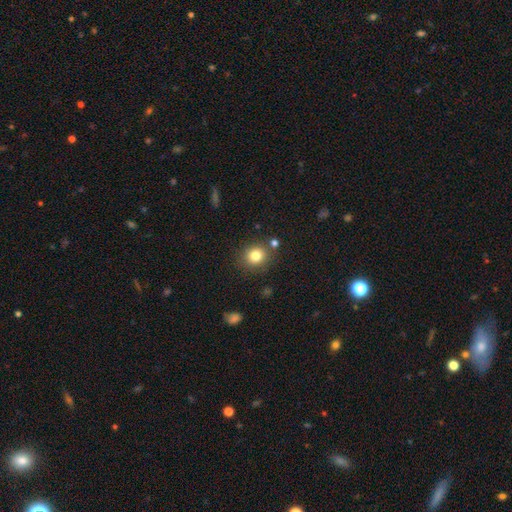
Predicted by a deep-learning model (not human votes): This is clearly a smooth galaxy (81%). How rounded: likely round (78%). Merging: clearly none (81%).